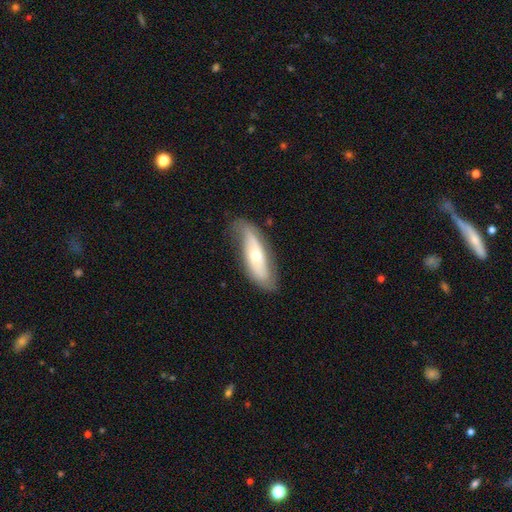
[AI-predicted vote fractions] Smooth or featured? featured or disk (59%)
Edge-on disk? no (70%)
Merging? none (72%)